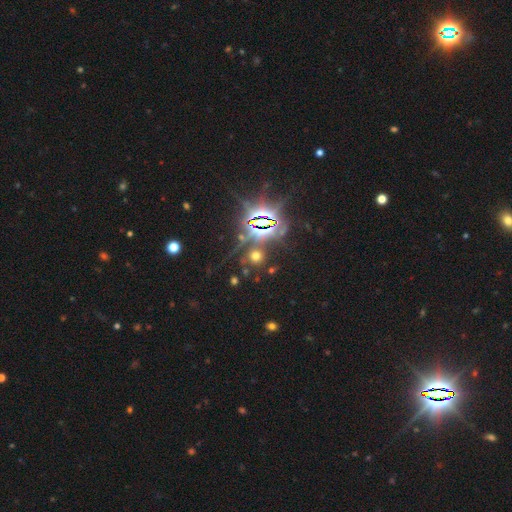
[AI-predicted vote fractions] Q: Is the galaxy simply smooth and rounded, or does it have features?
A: star or artifact — 51%.